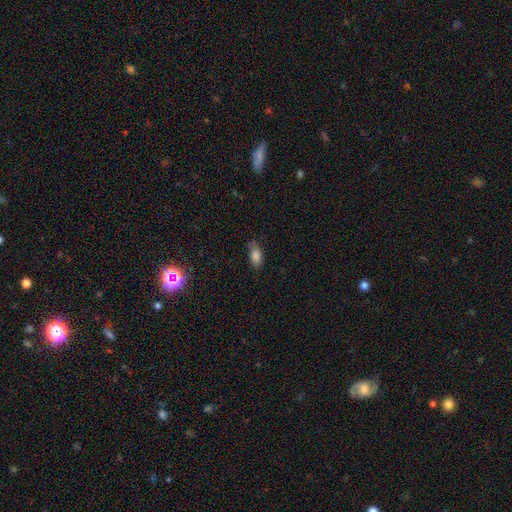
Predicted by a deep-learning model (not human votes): Smooth or featured? Predicted: smooth (p=0.83). How rounded? Predicted: in between (p=0.89). Merging? Predicted: none (p=0.66).